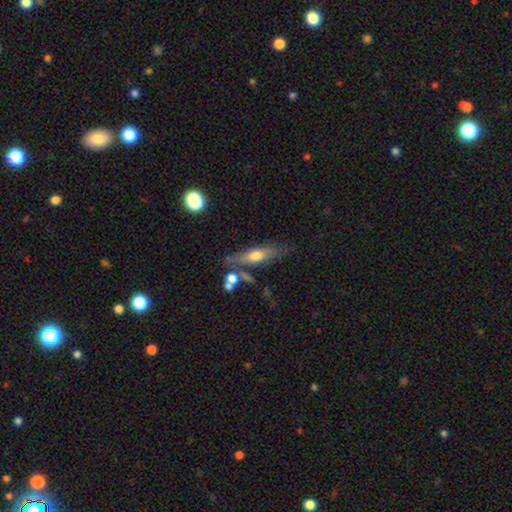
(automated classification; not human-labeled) smooth 51%, featured or disk 40%, star or artifact 8%. Down the decision tree: how rounded — cigar-shaped (62%); merging — none (63%).